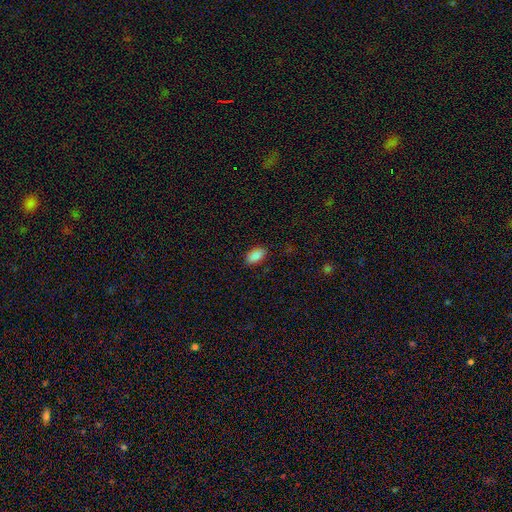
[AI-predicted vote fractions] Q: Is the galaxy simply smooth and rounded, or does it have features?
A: smooth — 89%.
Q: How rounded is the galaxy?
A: in between — 93%.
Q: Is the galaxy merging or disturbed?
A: none — 87%.